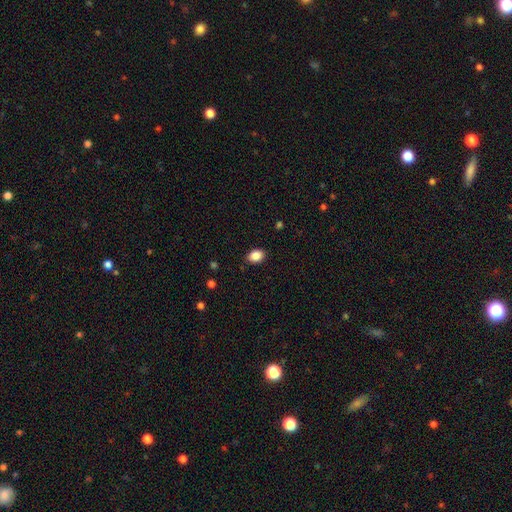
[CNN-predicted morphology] This is clearly a smooth galaxy (88%). How rounded: likely in between (77%). Merging: clearly none (88%).